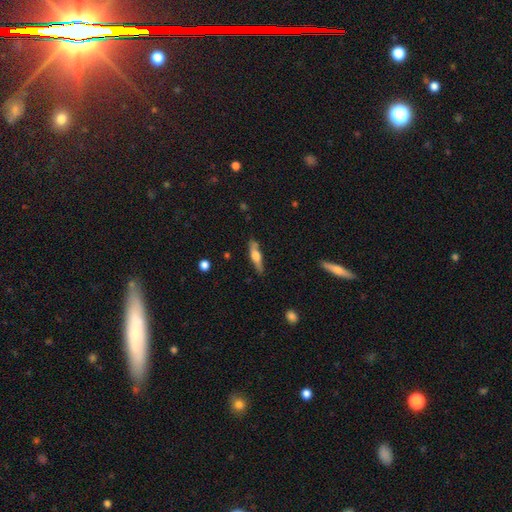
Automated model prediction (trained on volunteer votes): Overall: featured or disk (53%; smooth 41%). Edge-on disk: yes (93%). Merging: none (83%).